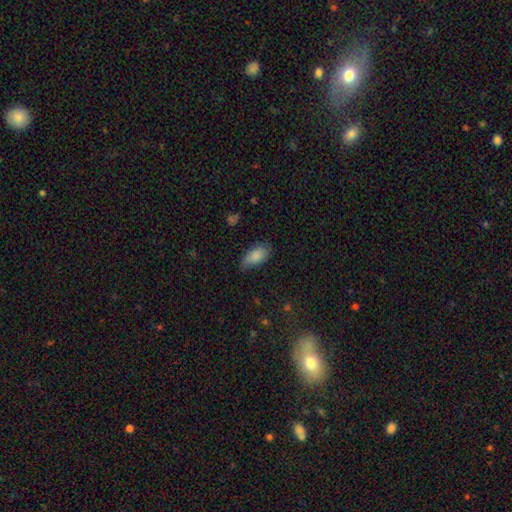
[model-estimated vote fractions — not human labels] Morphology: type=smooth (85%); roundness=in between (91%); merging=none (65%).